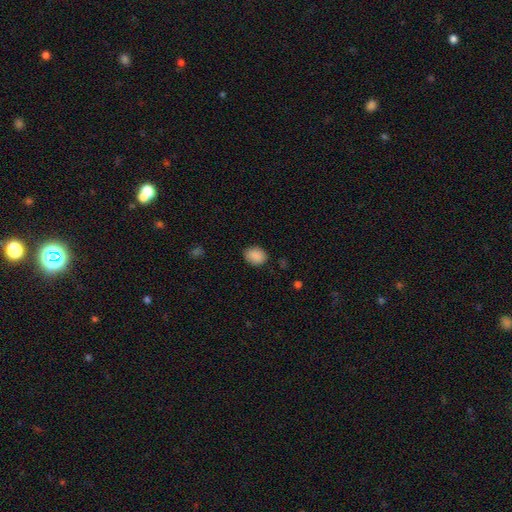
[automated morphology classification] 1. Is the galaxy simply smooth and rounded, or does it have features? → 89% smooth, 8% star or artifact, 3% featured or disk.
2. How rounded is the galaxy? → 57% in between, 42% round, 1% cigar-shaped.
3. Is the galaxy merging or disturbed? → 83% none, 13% minor disturbance, 3% major disturbance, 1% merger.